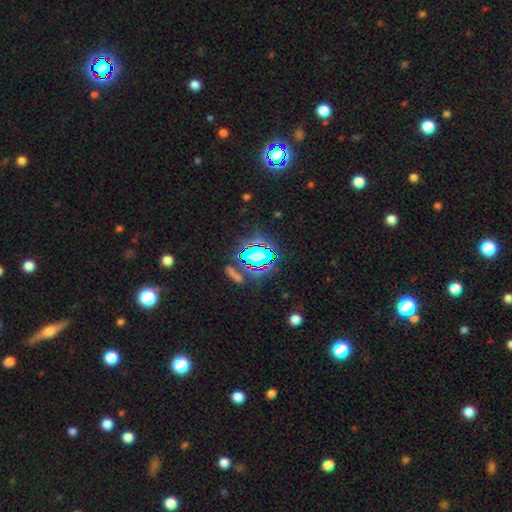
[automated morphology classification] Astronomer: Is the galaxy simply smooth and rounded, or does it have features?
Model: star or artifact — 58%.